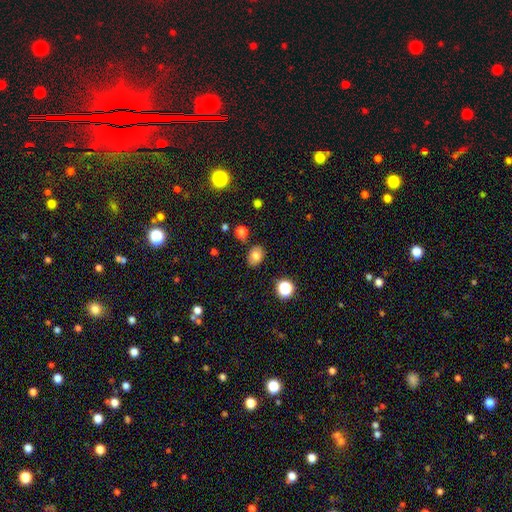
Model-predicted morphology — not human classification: A smooth galaxy with no disk features (78%) that is in between round and cigar-shaped (63%).

Vote fractions:
- Smooth or featured? smooth: 78% / star or artifact: 12% / featured or disk: 10%
- How rounded? in between: 63% / round: 36% / cigar-shaped: 1%
- Merging? none: 83% / minor disturbance: 12% / merger: 3% / major disturbance: 3%